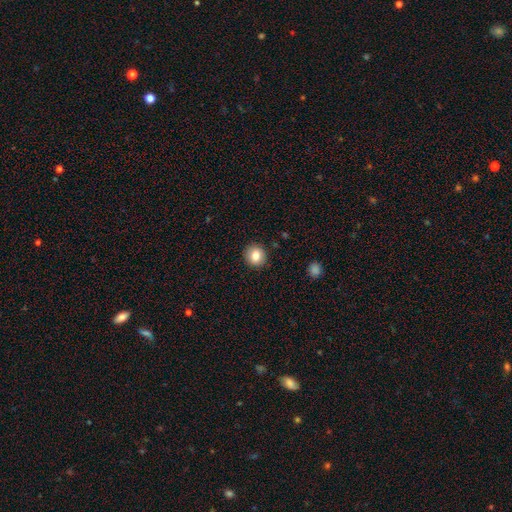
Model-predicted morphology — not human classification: Smooth or featured? smooth (83%)
How rounded? round (91%)
Merging? none (91%)